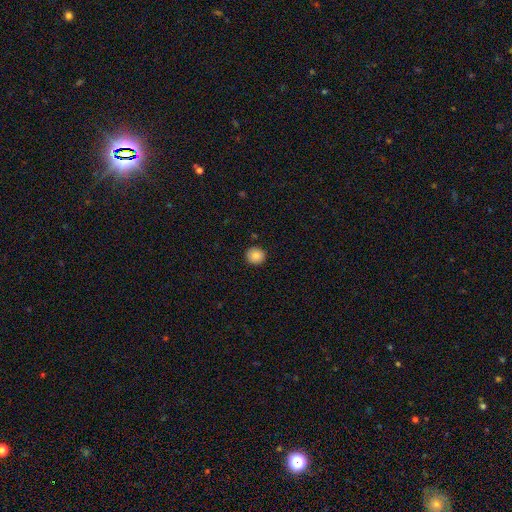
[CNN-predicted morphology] A smooth galaxy with no disk features (85%) that is round (91%). Merging: none (91%).